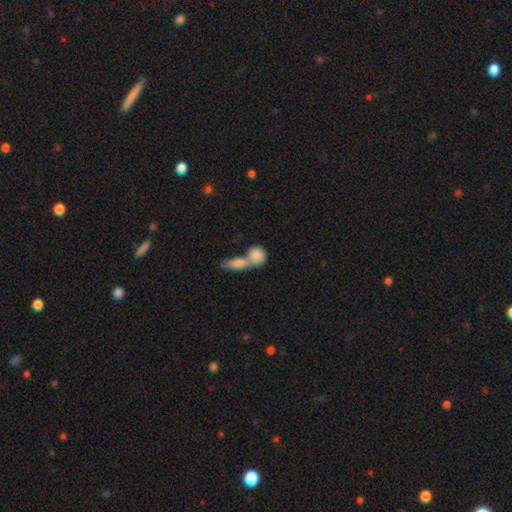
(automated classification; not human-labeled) A smooth galaxy with no disk features (82%) that is round (55%).

Vote fractions:
- Smooth or featured? smooth: 82% / featured or disk: 12% / star or artifact: 6%
- How rounded? round: 55% / in between: 36% / cigar-shaped: 9%
- Merging? merger: 65% / none: 25% / minor disturbance: 6% / major disturbance: 4%